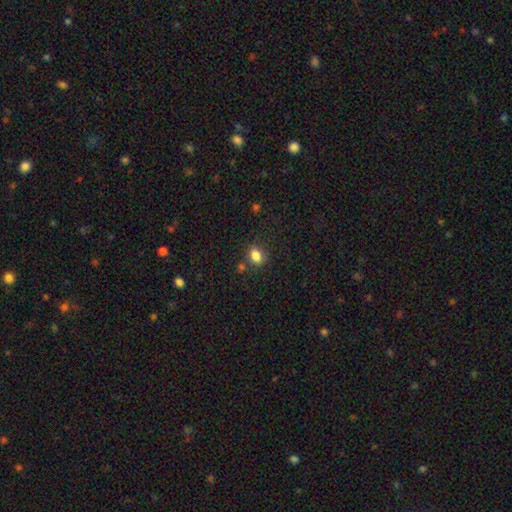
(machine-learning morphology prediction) Overall: smooth (84%). How rounded: in between (60%; round 38%). Merging: none (74%).